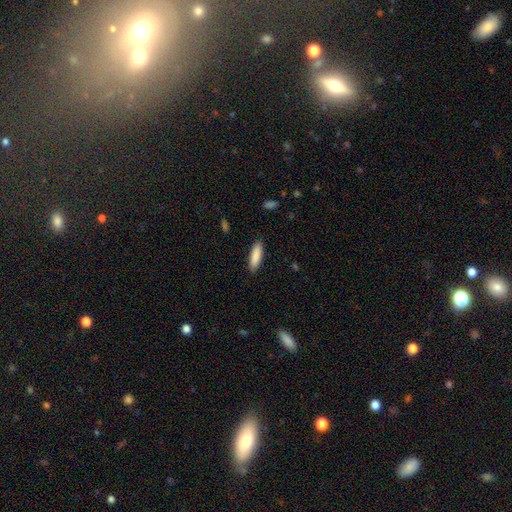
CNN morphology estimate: A smooth galaxy with no disk features (88%) that is cigar-shaped (60%). Merging: none (89%).